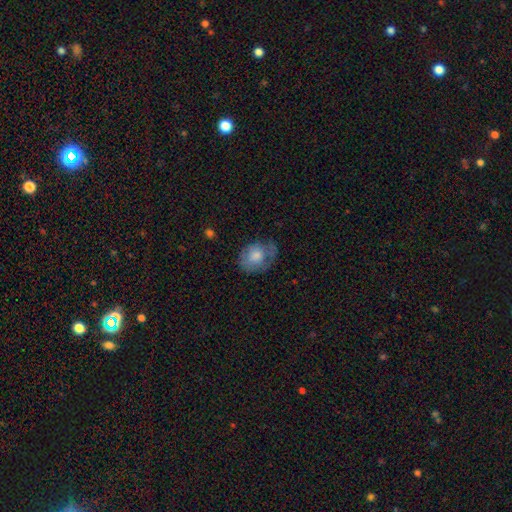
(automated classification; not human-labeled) smooth_or_featured: smooth (p=0.70) [alt: featured or disk p=0.22]
how_rounded: in between (p=0.56) [alt: round p=0.43]
merging: none (p=0.49) [alt: minor disturbance p=0.31]